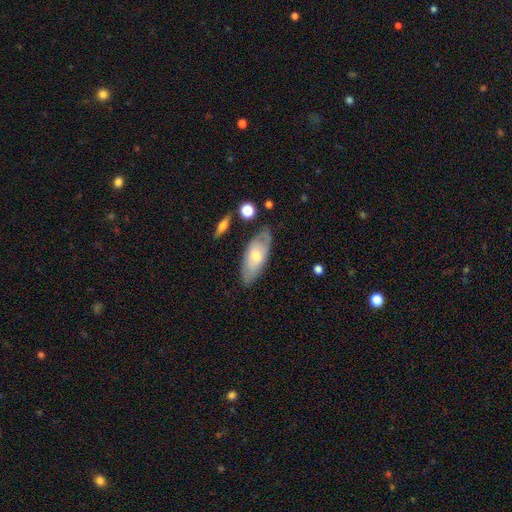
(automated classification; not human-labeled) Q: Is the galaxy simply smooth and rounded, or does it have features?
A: smooth — 57%.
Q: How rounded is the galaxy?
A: in between — 81%.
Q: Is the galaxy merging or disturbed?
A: none — 75%.